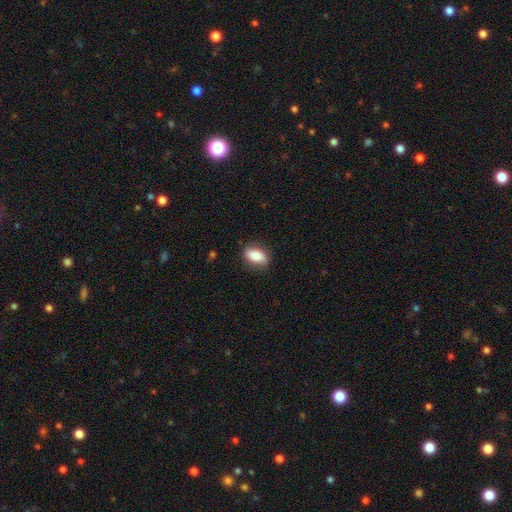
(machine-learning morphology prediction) smooth 81%, featured or disk 12%, star or artifact 7%. Down the decision tree: how rounded — in between (86%); merging — none (83%).